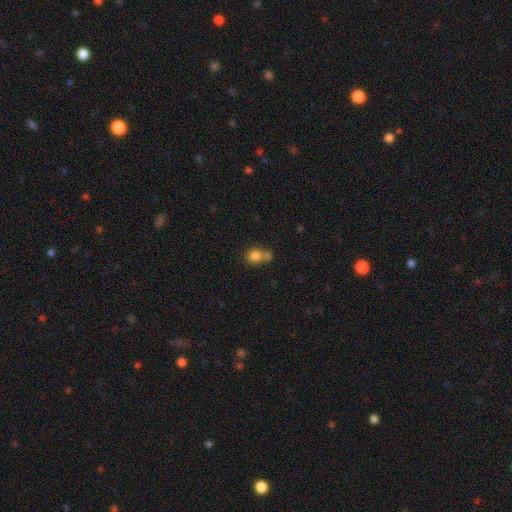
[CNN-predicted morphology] type=smooth (82%); roundness=round (74%); merging=merger (44%).